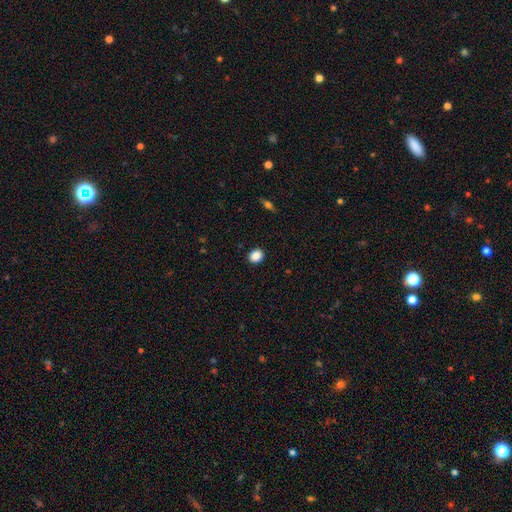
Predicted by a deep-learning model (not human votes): Smooth or featured? smooth (87%)
How rounded? round (69%)
Merging? none (92%)